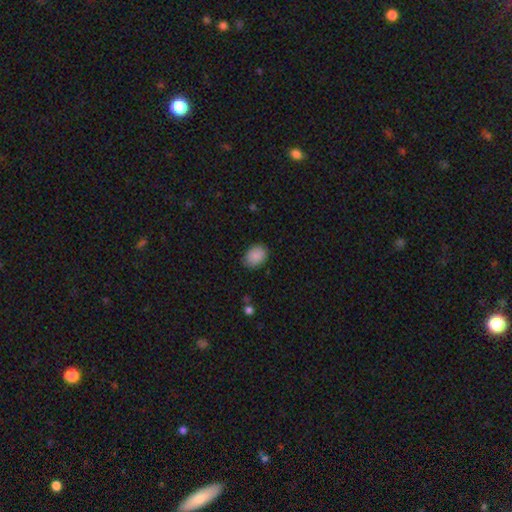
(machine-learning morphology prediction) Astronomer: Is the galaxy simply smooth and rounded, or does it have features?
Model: smooth — 88%.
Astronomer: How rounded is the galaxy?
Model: in between — 70%.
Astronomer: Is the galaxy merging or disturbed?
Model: none — 81%.